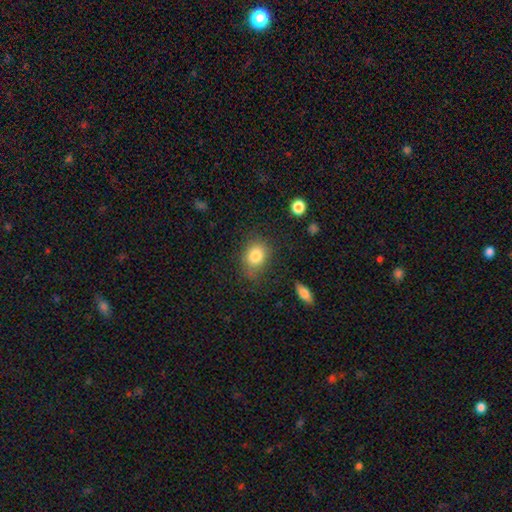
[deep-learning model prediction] This appears to be a smooth galaxy with no disk features (83%) that is in between round and cigar-shaped (52%). Merging: none (71%).